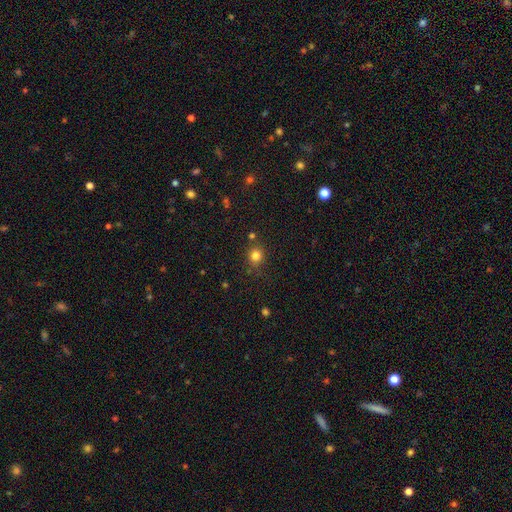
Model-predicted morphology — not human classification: Smooth or featured: smooth — 80% (star or artifact — 14%)
How rounded: round — 83% (in between — 16%)
Merging: none — 78% (minor disturbance — 12%)